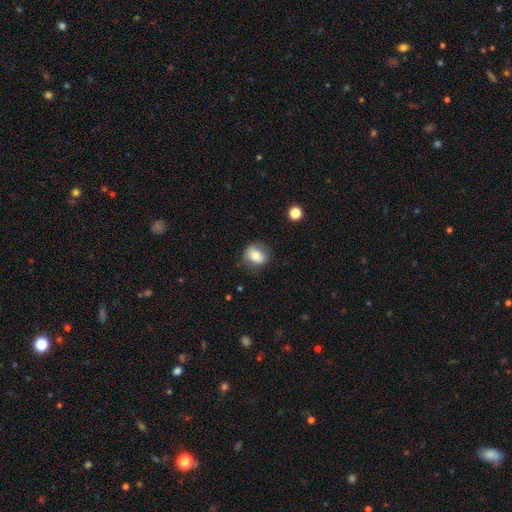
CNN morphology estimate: Q: Smooth or featured?
A: smooth (69%); runner-up: featured or disk (22%)
Q: How rounded?
A: round (59%); runner-up: in between (40%)
Q: Merging?
A: none (71%); runner-up: minor disturbance (21%)